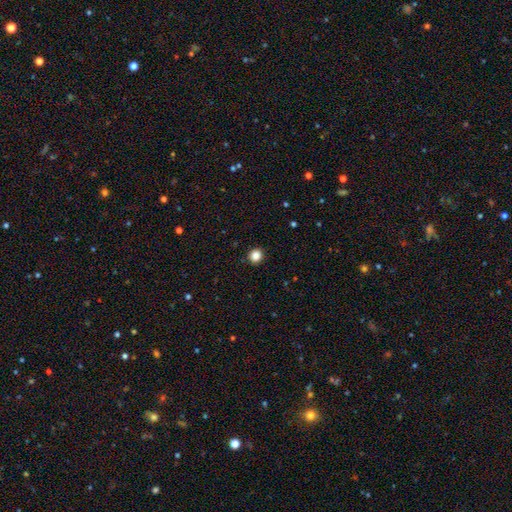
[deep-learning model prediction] This appears to be a smooth galaxy with no disk features (86%) that is round (84%). Merging: none (91%).